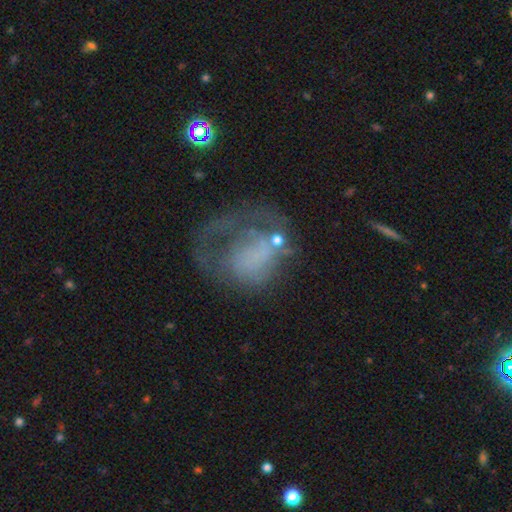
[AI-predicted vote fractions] This is possibly a featured or disk galaxy (53%). It is clearly not viewed edge-on (97%). Bar: clearly no (86%). Spiral arm pattern: likely no (63%). Central bulge: likely none (69%). Merging: marginally major disturbance (44%).